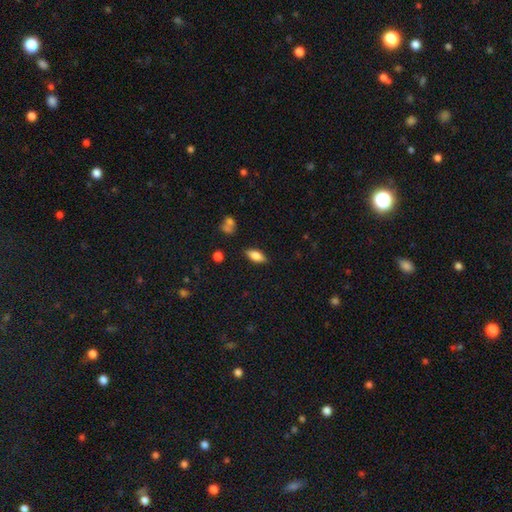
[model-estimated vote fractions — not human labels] Q: Smooth or featured?
A: smooth (76%); runner-up: featured or disk (16%)
Q: How rounded?
A: in between (83%); runner-up: cigar-shaped (14%)
Q: Merging?
A: none (85%); runner-up: minor disturbance (11%)